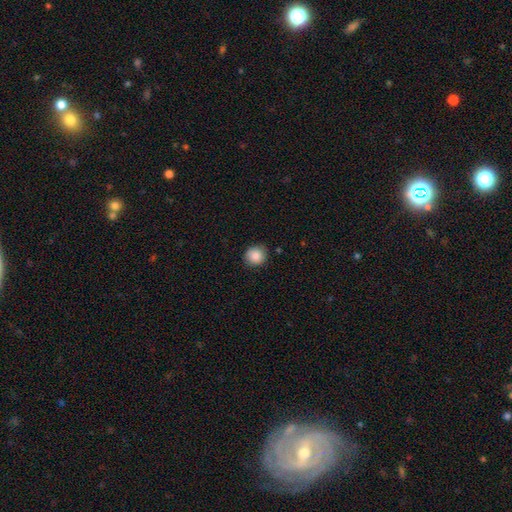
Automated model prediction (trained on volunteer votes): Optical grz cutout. It shows a smooth galaxy with no disk features (86%) that is round (89%). Merging: none (86%).